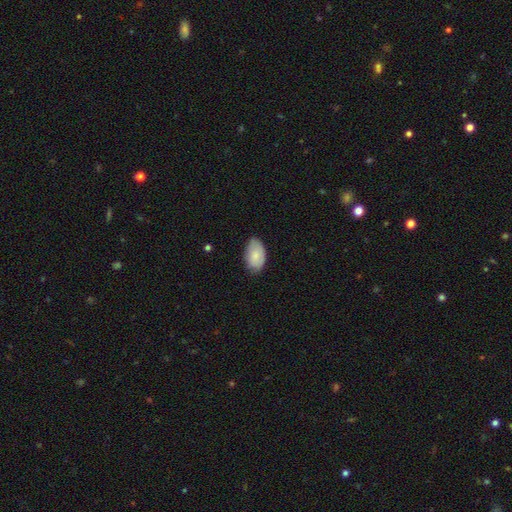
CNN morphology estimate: This is likely a smooth galaxy (80%). How rounded: clearly in between (93%). Merging: likely none (73%).